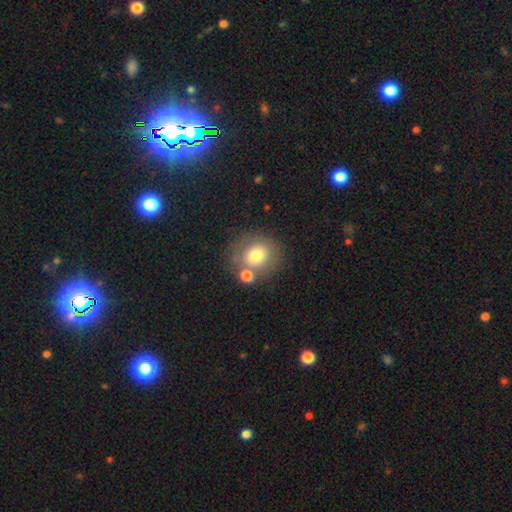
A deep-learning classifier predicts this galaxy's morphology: The model was most divided on "merging": none: 62%, merger: 21%, minor disturbance: 12%, major disturbance: 5%. More confident: how rounded — round (78%); smooth or featured — smooth (73%).